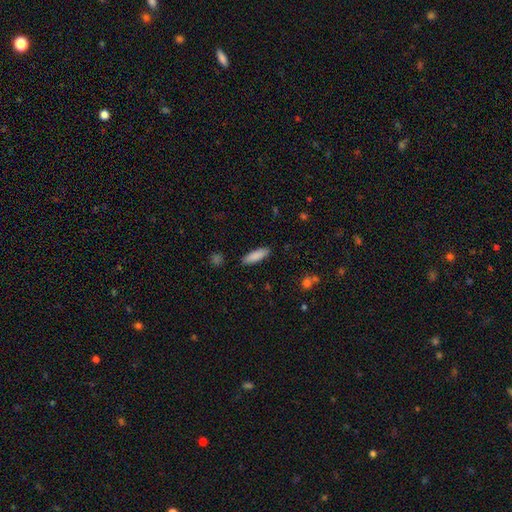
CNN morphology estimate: Smooth or featured?
  - smooth: 87% *
  - featured or disk: 7%
  - star or artifact: 6%
How rounded?
  - cigar-shaped: 53% *
  - in between: 46%
  - round: 2%
Merging?
  - none: 88% *
  - minor disturbance: 8%
  - major disturbance: 2%
  - merger: 1%